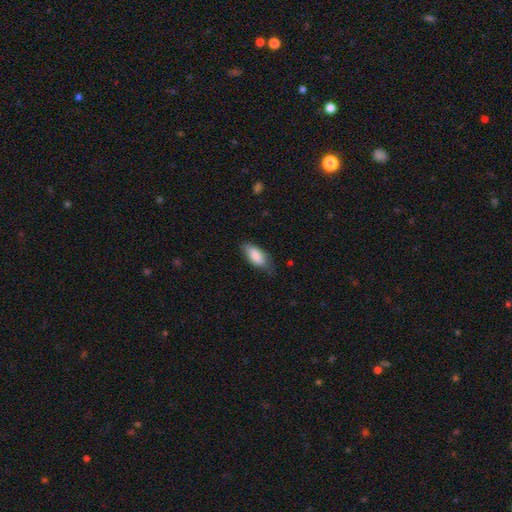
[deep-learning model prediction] smooth 81%, featured or disk 13%, star or artifact 6%. Down the decision tree: how rounded — in between (86%); merging — none (59%).